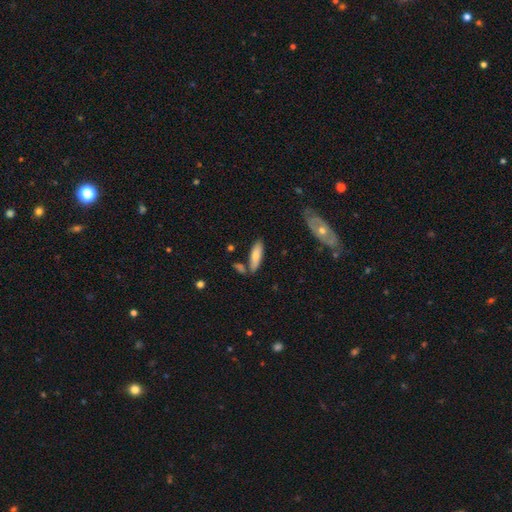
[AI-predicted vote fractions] Smooth or featured: smooth — 73% (featured or disk — 21%)
How rounded: in between — 50% (cigar-shaped — 48%)
Merging: none — 73% (minor disturbance — 14%)